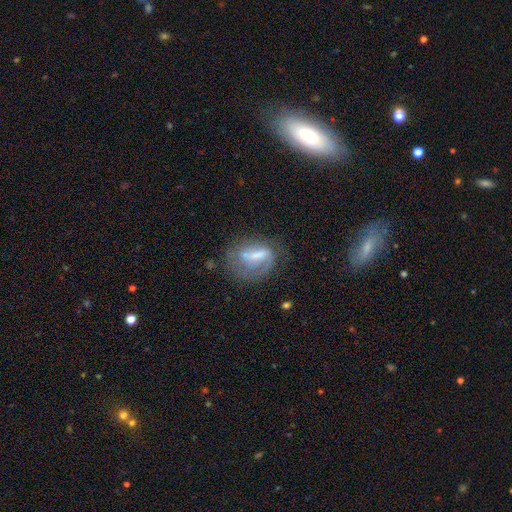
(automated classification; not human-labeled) A featured or disk galaxy (54%) with a weak bar (38%), spiral arms (58%) and a moderate central bulge (30%).

Vote fractions:
- Smooth or featured? featured or disk: 54% / smooth: 37% / star or artifact: 9%
- Edge-on disk? no: 95% / yes: 5%
- Bar? weak: 38% / strong: 34% / no: 28%
- Spiral arms? yes: 58% / no: 42%
- Bulge size? moderate: 30% / none: 29% / small: 28% / large: 10% / dominant: 2%
- Merging? none: 42% / major disturbance: 27% / minor disturbance: 23% / merger: 8%